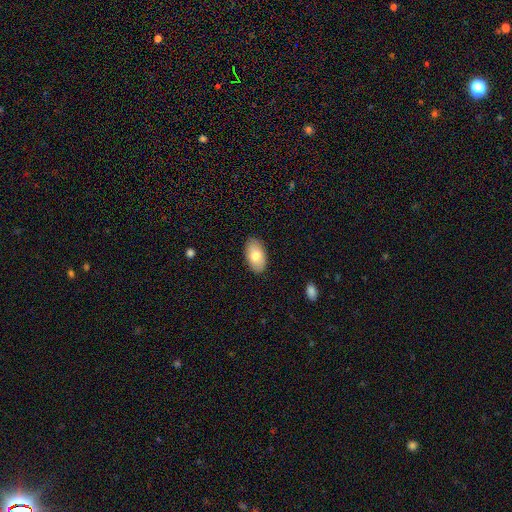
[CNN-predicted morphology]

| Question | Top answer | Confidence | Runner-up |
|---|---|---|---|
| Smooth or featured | smooth | 79% | featured or disk (15%) |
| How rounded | in between | 94% | round (4%) |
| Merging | none | 88% | minor disturbance (9%) |